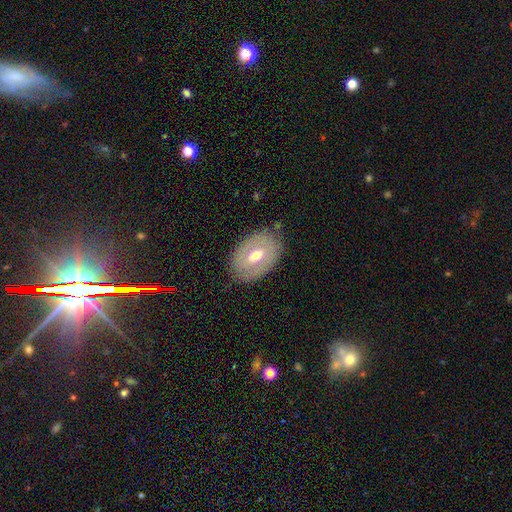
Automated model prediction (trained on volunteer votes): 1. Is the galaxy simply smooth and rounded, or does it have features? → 50% featured or disk, 43% smooth, 7% star or artifact.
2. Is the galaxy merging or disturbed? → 79% none, 15% minor disturbance, 5% major disturbance, 1% merger.